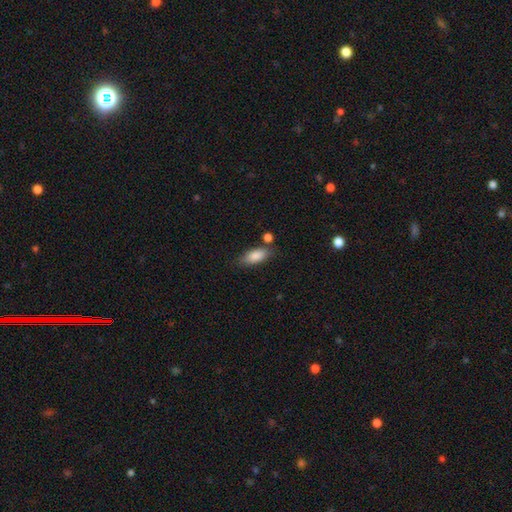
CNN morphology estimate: type=smooth (85%); roundness=in between (80%); merging=none (68%).